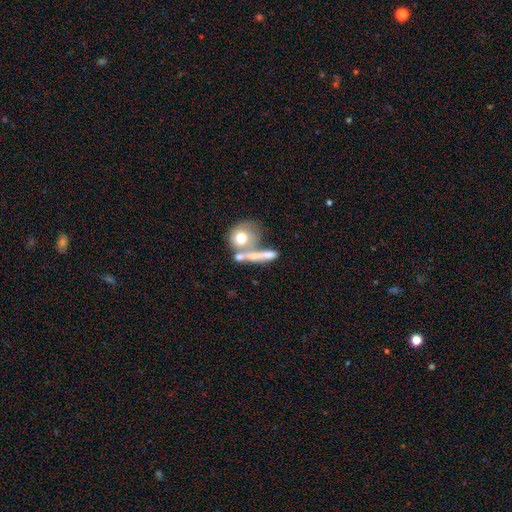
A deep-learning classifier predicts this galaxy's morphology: This appears to be a smooth galaxy with no disk features (56%) that is cigar-shaped (38%). Merging: merger (40%).